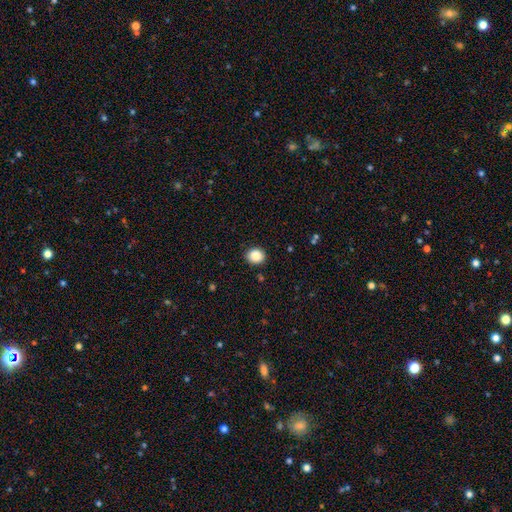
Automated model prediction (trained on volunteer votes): smooth_or_featured: smooth (p=0.87) [alt: star or artifact p=0.09]
how_rounded: round (p=0.75) [alt: in between p=0.25]
merging: none (p=0.91) [alt: minor disturbance p=0.06]